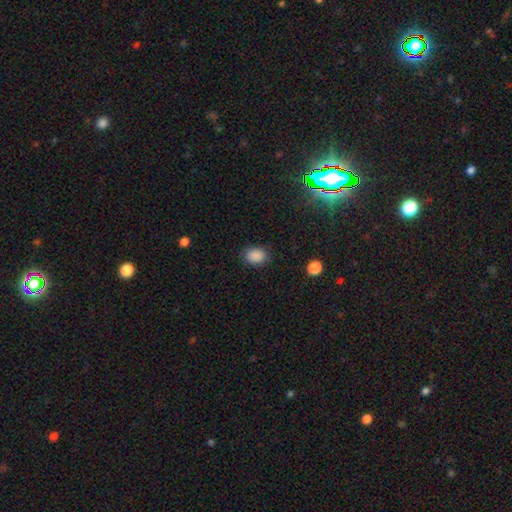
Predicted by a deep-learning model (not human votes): smooth 87%, star or artifact 10%, featured or disk 3%. Down the decision tree: how rounded — in between (63%); merging — none (84%).